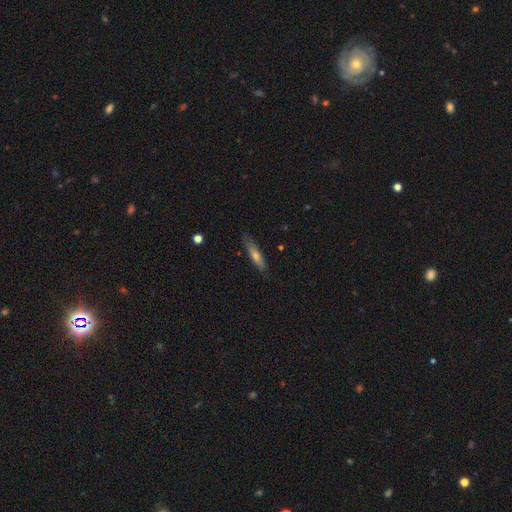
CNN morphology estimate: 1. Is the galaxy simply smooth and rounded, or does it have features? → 55% smooth, 37% featured or disk, 7% star or artifact.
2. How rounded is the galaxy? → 86% cigar-shaped, 12% in between, 2% round.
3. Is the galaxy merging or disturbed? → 82% none, 14% minor disturbance, 2% major disturbance, 1% merger.